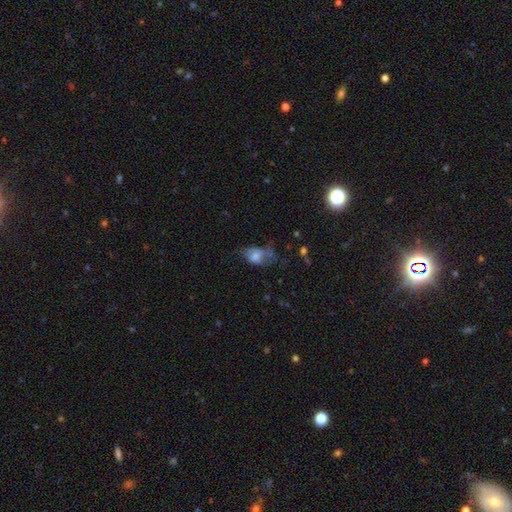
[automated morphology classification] Q: Smooth or featured?
A: smooth (59%); runner-up: featured or disk (30%)
Q: How rounded?
A: in between (85%); runner-up: round (13%)
Q: Merging?
A: major disturbance (33%); runner-up: none (30%)